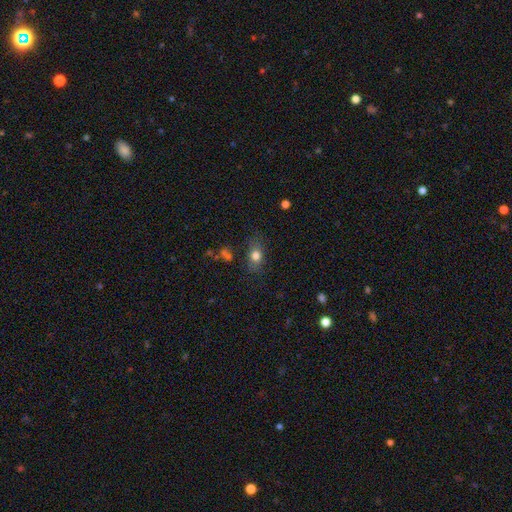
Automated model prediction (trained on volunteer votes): smooth_or_featured: smooth (p=0.77) [alt: featured or disk p=0.12]
how_rounded: in between (p=0.71) [alt: round p=0.25]
merging: none (p=0.74) [alt: minor disturbance p=0.17]